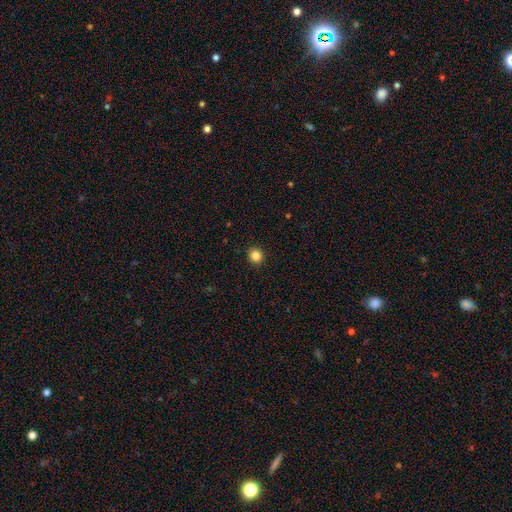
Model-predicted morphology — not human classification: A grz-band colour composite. It shows a smooth galaxy with no disk features (84%) that is round (89%). Merging: none (92%).